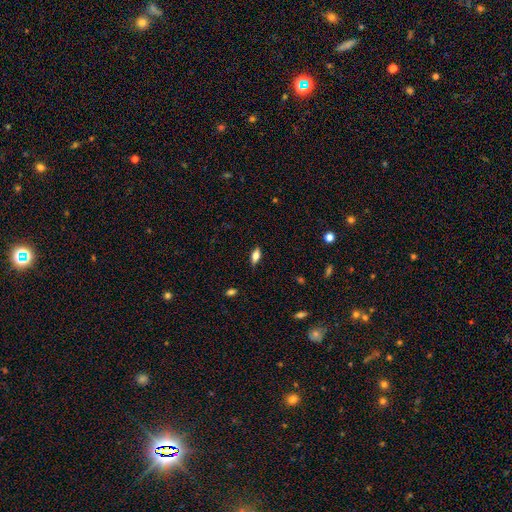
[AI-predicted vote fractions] The model was most divided on "smooth or featured": smooth: 65%, featured or disk: 26%, star or artifact: 9%. More confident: merging — none (84%); how rounded — in between (78%).